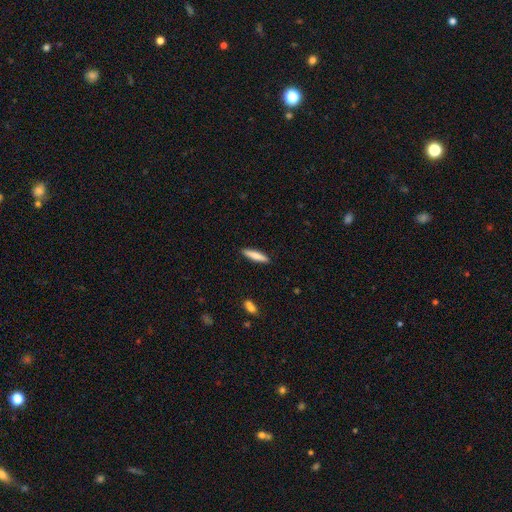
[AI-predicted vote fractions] Morphology: type=smooth (80%); roundness=cigar-shaped (84%); merging=none (90%).